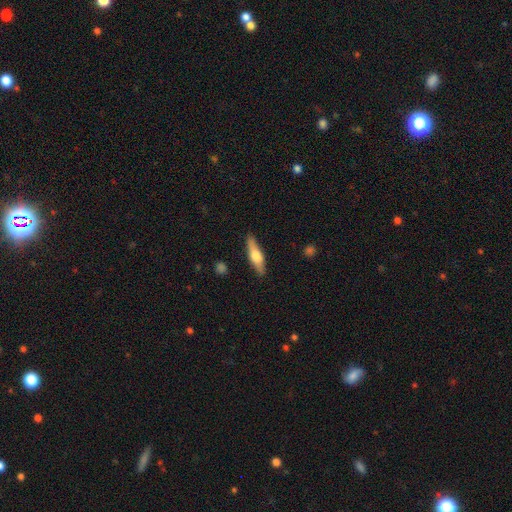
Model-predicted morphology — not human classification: Smooth or featured?
  - smooth: 48% *
  - featured or disk: 46%
  - star or artifact: 6%
Merging?
  - none: 87% *
  - minor disturbance: 10%
  - major disturbance: 2%
  - merger: 1%